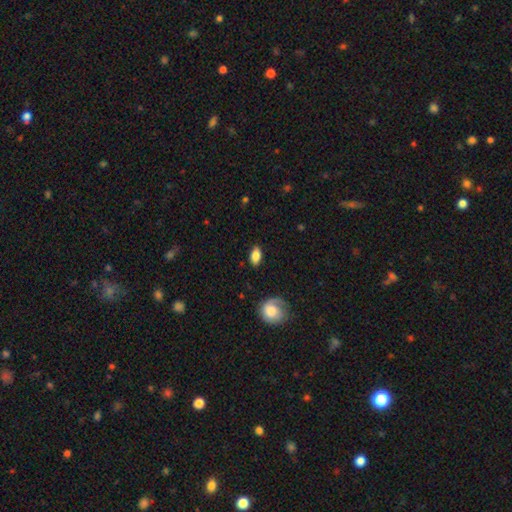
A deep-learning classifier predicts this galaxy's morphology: This appears to be a smooth galaxy with no disk features (83%) that is in between round and cigar-shaped (89%). Merging: none (85%).